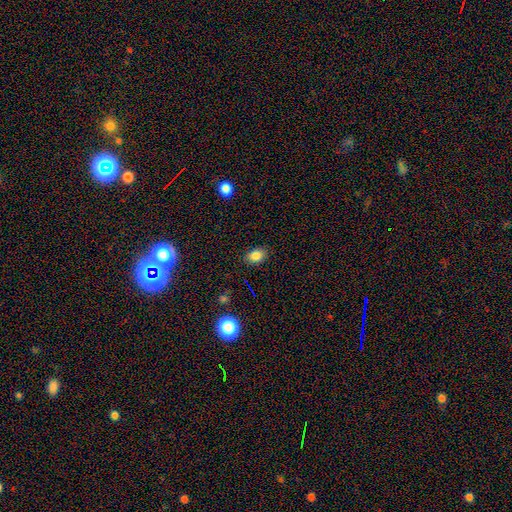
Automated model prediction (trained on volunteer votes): The model was most divided on "how rounded": in between: 71%, round: 28%, cigar-shaped: 1%. More confident: merging — none (86%); smooth or featured — smooth (84%).